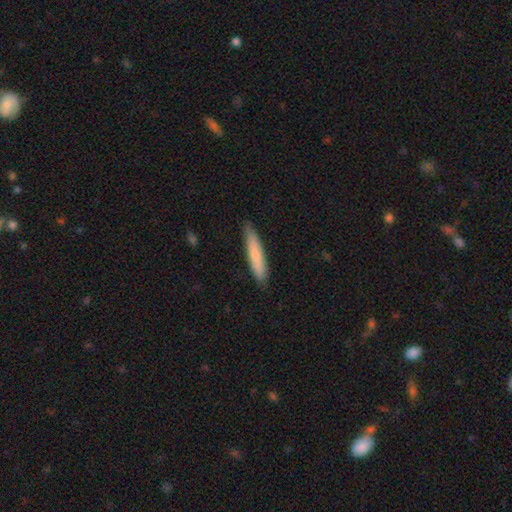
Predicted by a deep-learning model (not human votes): A smooth galaxy with no disk features (72%) that is cigar-shaped (90%). Merging: none (86%).